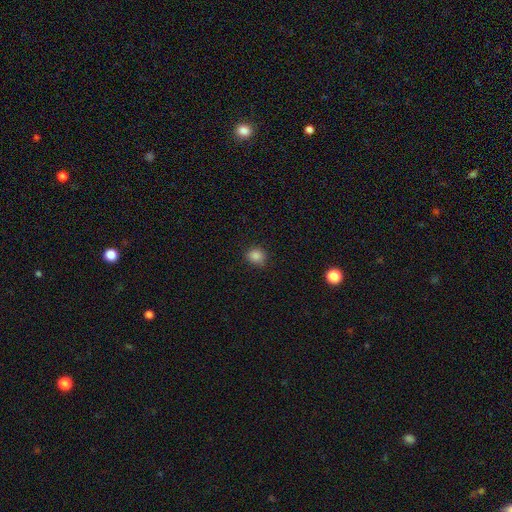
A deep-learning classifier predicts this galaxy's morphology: smooth-or-featured: smooth: 85% | star or artifact: 12% | featured or disk: 3%
  how-rounded: round: 70% | in between: 29% | cigar-shaped: 1%
  merging: none: 83% | minor disturbance: 13% | major disturbance: 3% | merger: 1%